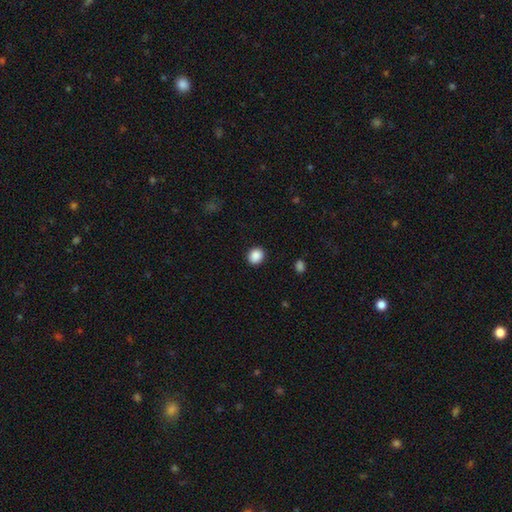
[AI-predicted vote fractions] This appears to be a smooth galaxy with no disk features (89%) that is round (72%). Merging: none (90%).